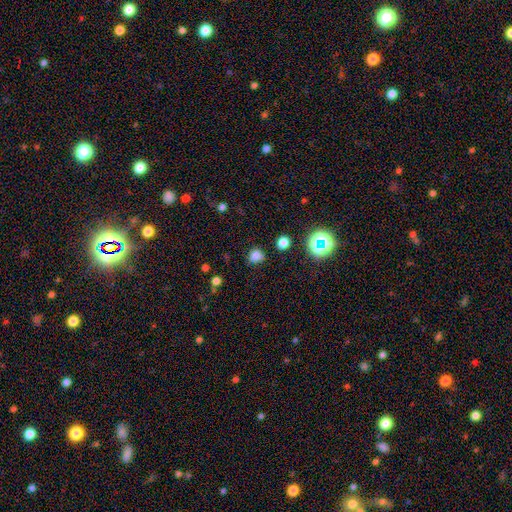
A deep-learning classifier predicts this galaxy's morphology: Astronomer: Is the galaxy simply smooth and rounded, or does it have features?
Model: smooth — 75%.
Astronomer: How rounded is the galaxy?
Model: round — 73%.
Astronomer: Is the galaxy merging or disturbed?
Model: none — 77%.